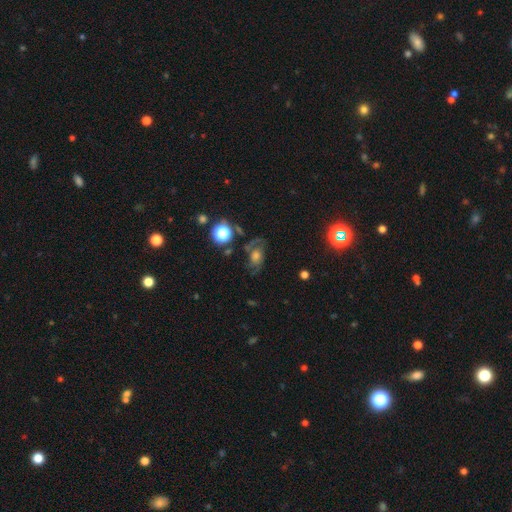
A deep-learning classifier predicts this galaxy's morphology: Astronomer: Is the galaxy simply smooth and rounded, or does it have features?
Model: featured or disk — 50% (runner-up: smooth, 28%).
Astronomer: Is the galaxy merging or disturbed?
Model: none — 63%.